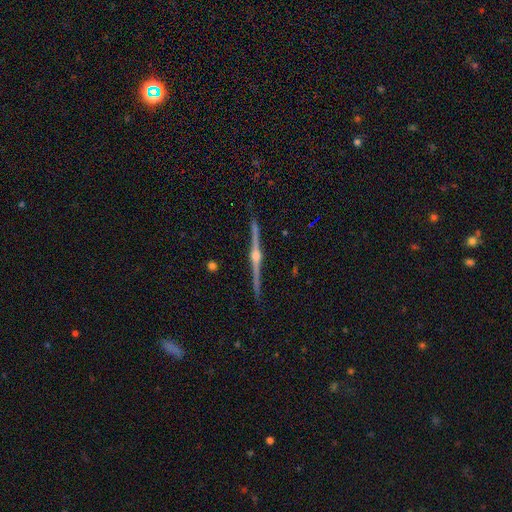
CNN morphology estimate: featured or disk 90%, star or artifact 5%, smooth 5%. Down the decision tree: edge-on disk — yes (99%); edge-on bulge — rounded (94%); merging — none (92%).